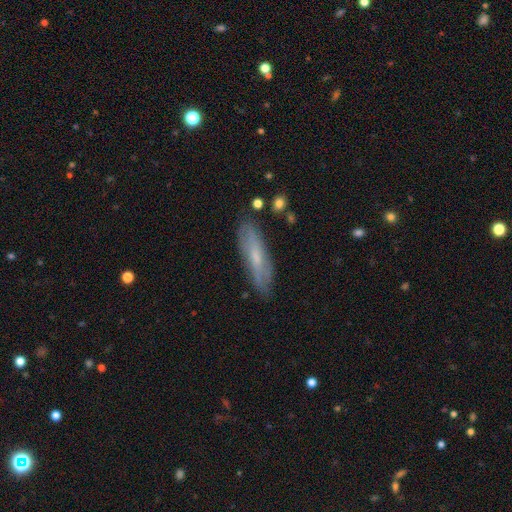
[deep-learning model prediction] A featured or disk galaxy (47%).

Vote fractions:
- Smooth or featured? featured or disk: 47% / smooth: 46% / star or artifact: 7%
- Merging? none: 83% / minor disturbance: 13% / major disturbance: 3% / merger: 2%